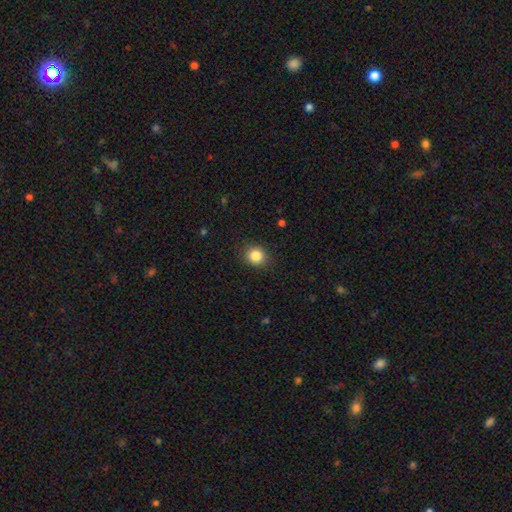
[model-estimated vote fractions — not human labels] Smooth or featured? smooth (85%)
How rounded? round (78%)
Merging? none (88%)